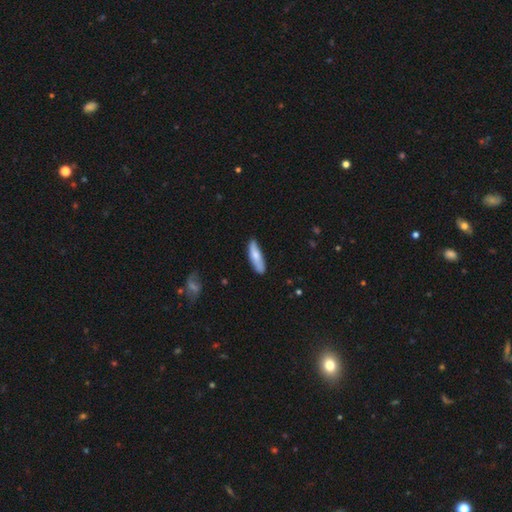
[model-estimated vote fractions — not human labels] Smooth or featured? smooth (73%)
How rounded? cigar-shaped (60%)
Merging? none (77%)